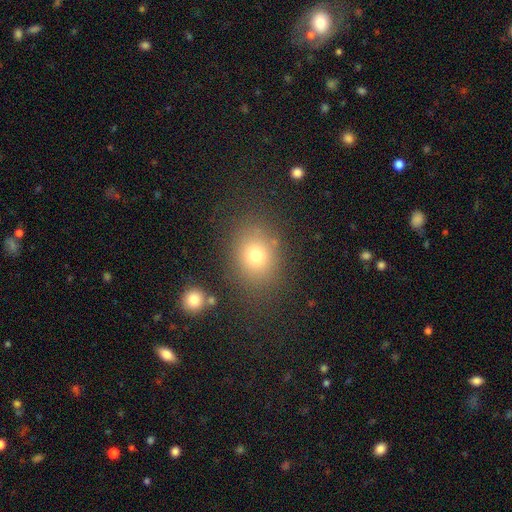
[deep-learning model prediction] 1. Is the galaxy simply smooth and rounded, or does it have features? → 74% smooth, 15% star or artifact, 10% featured or disk.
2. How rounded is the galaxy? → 57% in between, 42% round, 1% cigar-shaped.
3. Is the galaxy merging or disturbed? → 80% none, 11% minor disturbance, 5% major disturbance, 4% merger.